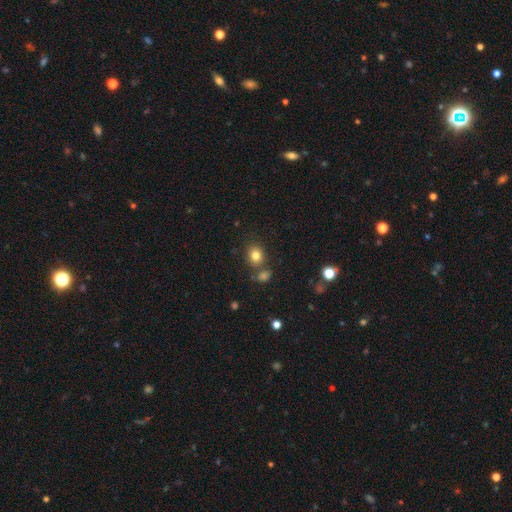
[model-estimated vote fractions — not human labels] This appears to be a smooth galaxy with no disk features (81%) that is round (70%). Merging: none (73%).